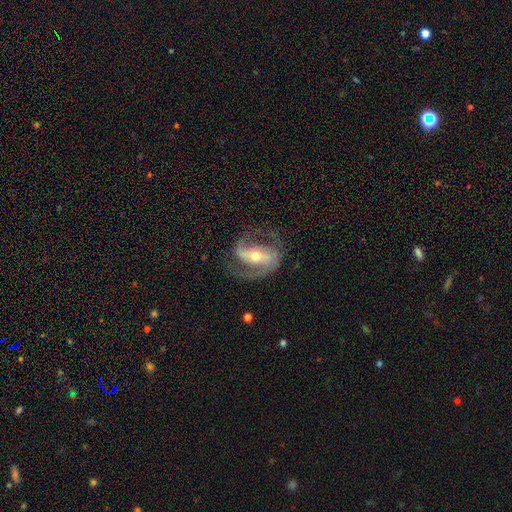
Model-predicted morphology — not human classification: smooth_or_featured: featured or disk (p=0.90) [alt: smooth p=0.06]
disk_edge_on: no (p=0.96) [alt: yes p=0.04]
bar: strong (p=0.51) [alt: weak p=0.30]
has_spiral_arms: yes (p=0.96) [alt: no p=0.04]
spiral_winding: medium (p=0.56) [alt: loose p=0.22]
spiral_arm_count: 2 (p=0.90) [alt: 1 p=0.04]
bulge_size: moderate (p=0.52) [alt: small p=0.43]
merging: none (p=0.74) [alt: minor disturbance p=0.14]